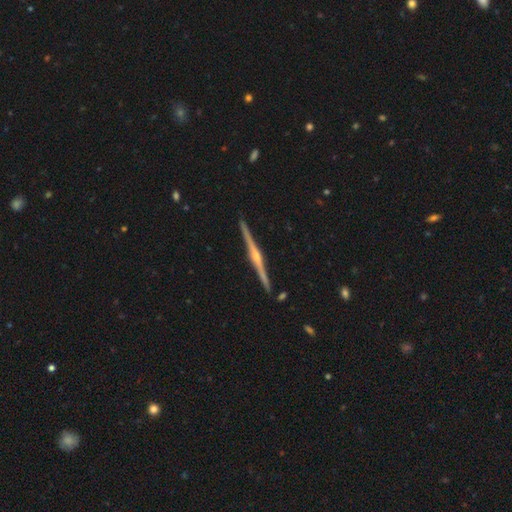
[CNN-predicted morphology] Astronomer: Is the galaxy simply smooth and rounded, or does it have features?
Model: featured or disk — 85%.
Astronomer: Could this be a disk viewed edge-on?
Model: yes — 98%.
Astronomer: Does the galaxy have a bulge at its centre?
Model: rounded — 83%.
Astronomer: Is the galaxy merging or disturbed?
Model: none — 91%.